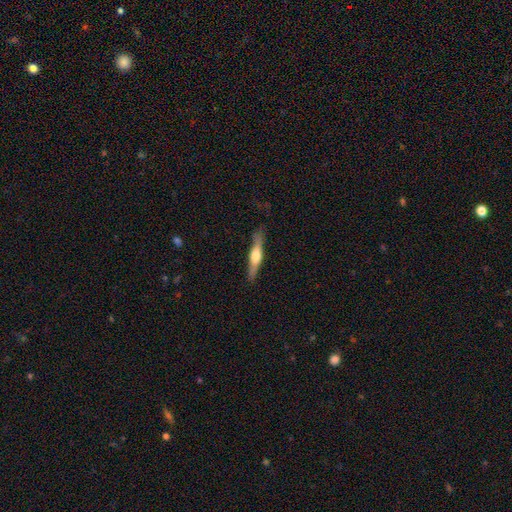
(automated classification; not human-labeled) A featured or disk galaxy (57%) viewed edge-on (96%) with a rounded central bulge (90%). Merging: none (83%).